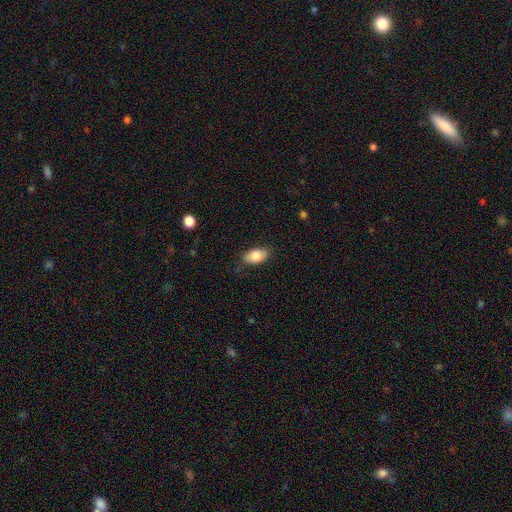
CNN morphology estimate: A smooth galaxy with no disk features (81%) that is in between round and cigar-shaped (92%).

Vote fractions:
- Smooth or featured? smooth: 81% / featured or disk: 12% / star or artifact: 7%
- How rounded? in between: 92% / round: 5% / cigar-shaped: 3%
- Merging? none: 79% / minor disturbance: 16% / major disturbance: 3% / merger: 1%